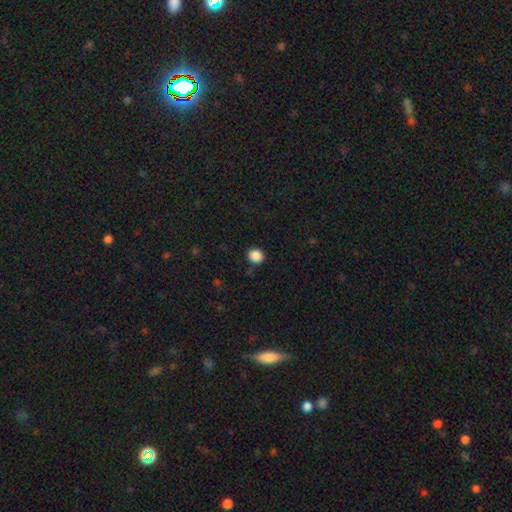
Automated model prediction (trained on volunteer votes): Q: Smooth or featured?
A: smooth (88%); runner-up: star or artifact (10%)
Q: How rounded?
A: round (79%); runner-up: in between (20%)
Q: Merging?
A: none (87%); runner-up: minor disturbance (9%)